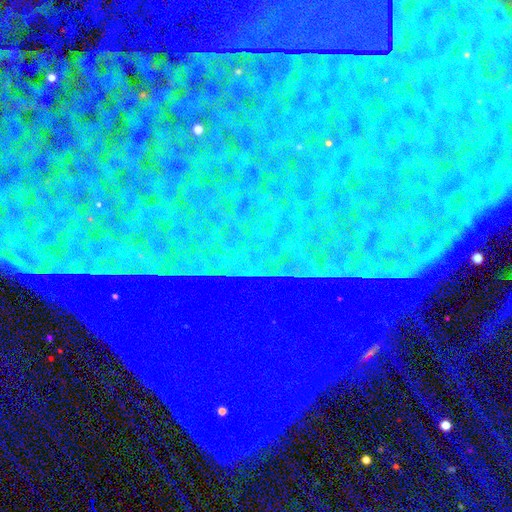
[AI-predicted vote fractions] Smooth or featured? star or artifact (86%)